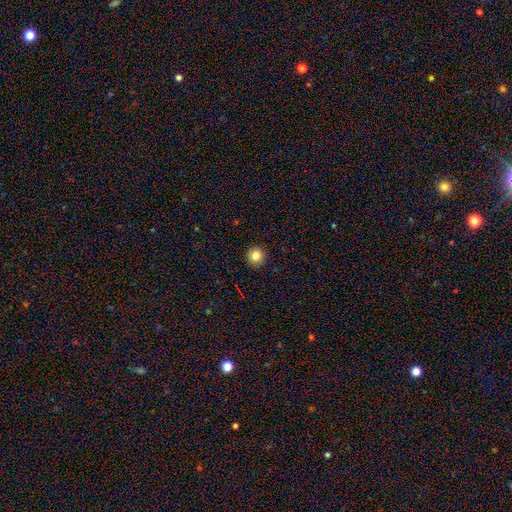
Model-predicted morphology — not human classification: A smooth galaxy with no disk features (82%) that is round (93%). Merging: none (93%).